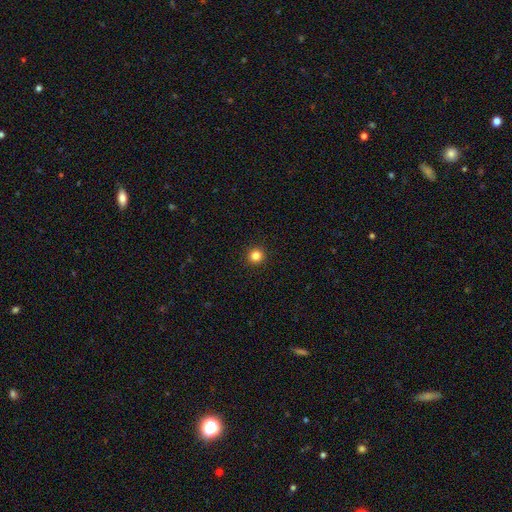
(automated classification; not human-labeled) smooth-or-featured: smooth: 83% | star or artifact: 12% | featured or disk: 4%
  how-rounded: round: 95% | in between: 4% | cigar-shaped: 1%
  merging: none: 93% | minor disturbance: 4% | major disturbance: 2% | merger: 1%